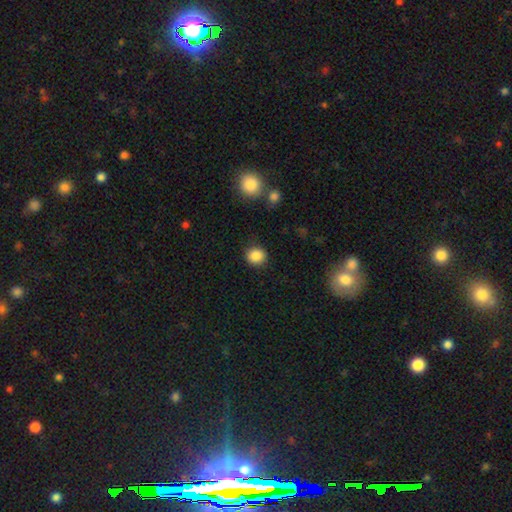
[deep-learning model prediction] The model was most divided on "how rounded": round: 85%, in between: 14%, cigar-shaped: 1%. More confident: merging — none (87%); smooth or featured — smooth (86%).